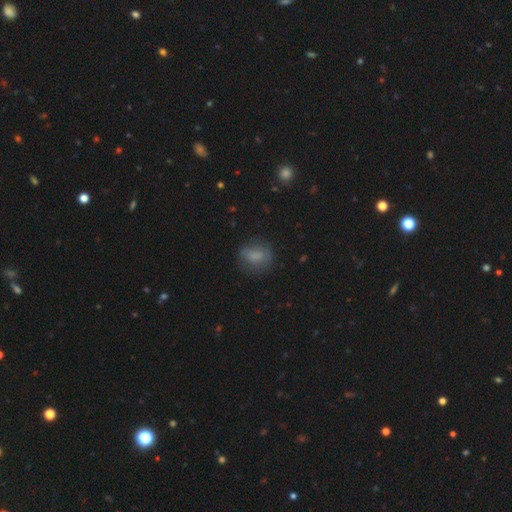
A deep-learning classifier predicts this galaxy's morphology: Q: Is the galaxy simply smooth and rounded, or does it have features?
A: smooth — 75%.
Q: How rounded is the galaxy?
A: in between — 52%.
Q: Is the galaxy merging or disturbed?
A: none — 71%.